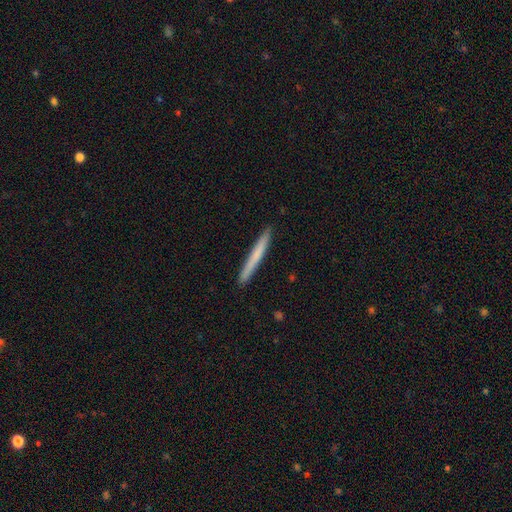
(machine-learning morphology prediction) The model was most divided on "smooth or featured": smooth: 66%, featured or disk: 28%, star or artifact: 6%. More confident: how rounded — cigar-shaped (97%); merging — none (92%).